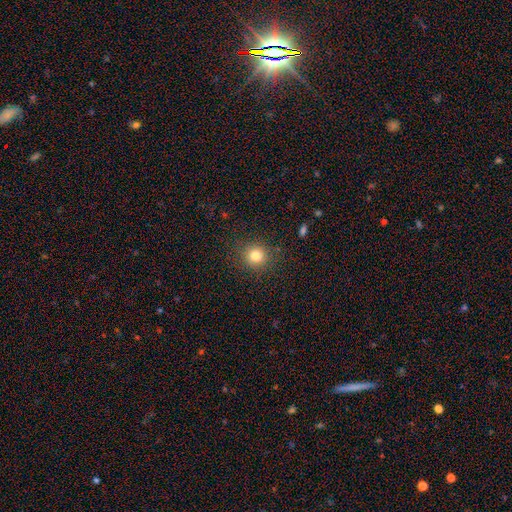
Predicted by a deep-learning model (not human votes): smooth_or_featured: smooth (p=0.81) [alt: star or artifact p=0.12]
how_rounded: round (p=0.90) [alt: in between p=0.09]
merging: none (p=0.87) [alt: minor disturbance p=0.08]